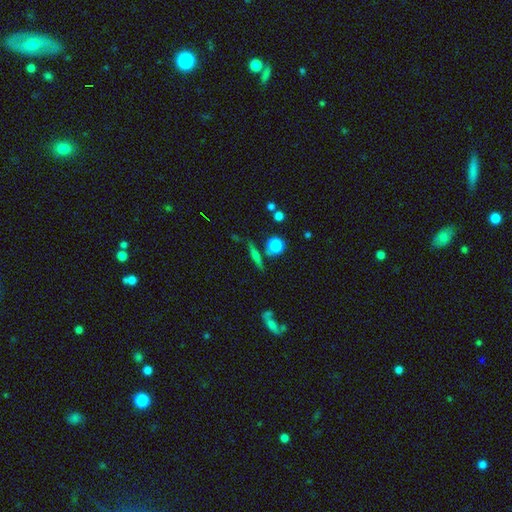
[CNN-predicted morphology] Smooth or featured? Predicted: smooth (p=0.45). Merging? Predicted: none (p=0.78).